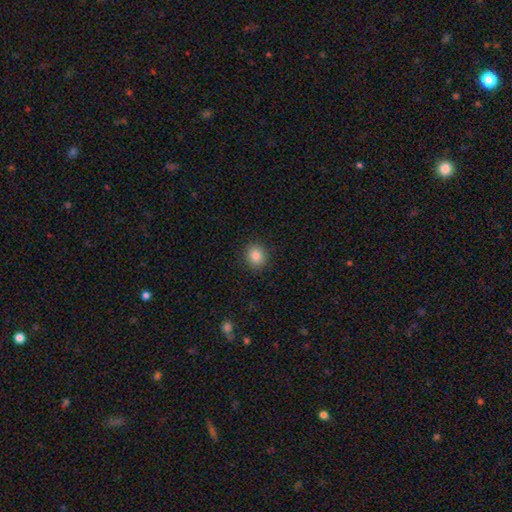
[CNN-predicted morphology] smooth 85%, star or artifact 10%, featured or disk 5%. Down the decision tree: how rounded — round (81%); merging — none (90%).